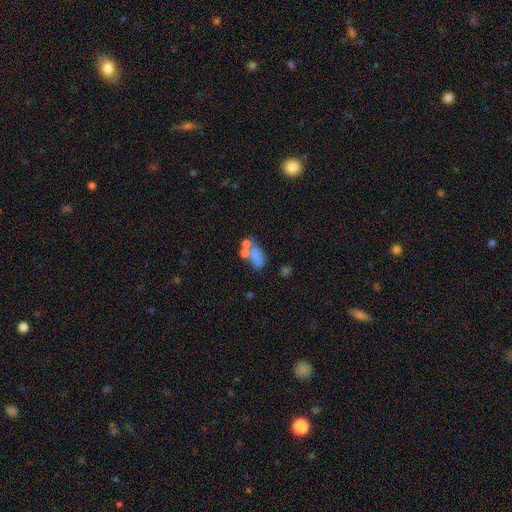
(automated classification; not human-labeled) smooth-or-featured: smooth: 66% | featured or disk: 21% | star or artifact: 13%
  how-rounded: in between: 83% | round: 12% | cigar-shaped: 5%
  merging: merger: 45% | none: 29% | minor disturbance: 13% | major disturbance: 12%